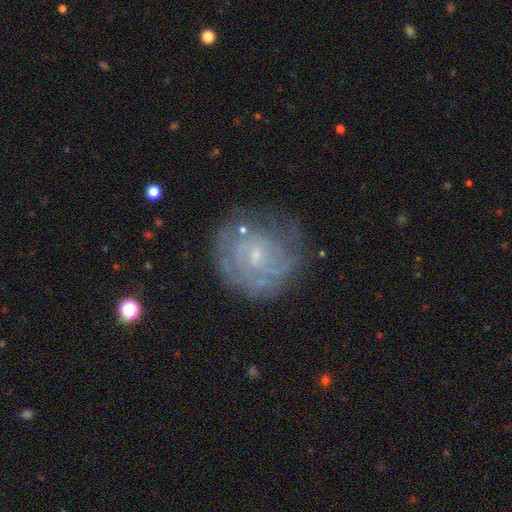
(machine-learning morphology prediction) Smooth or featured? featured or disk (73%)
Edge-on disk? no (97%)
Bar? no (64%)
Spiral arms? yes (81%)
Spiral winding? tight (68%)
Spiral arm count? can't tell (51%)
Bulge size? small (73%)
Merging? none (70%)